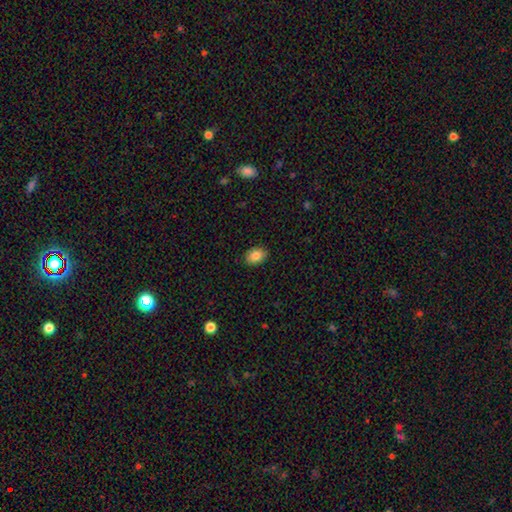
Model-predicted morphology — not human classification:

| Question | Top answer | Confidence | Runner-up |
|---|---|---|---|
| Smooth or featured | smooth | 85% | star or artifact (8%) |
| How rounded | in between | 75% | round (24%) |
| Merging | none | 89% | minor disturbance (8%) |